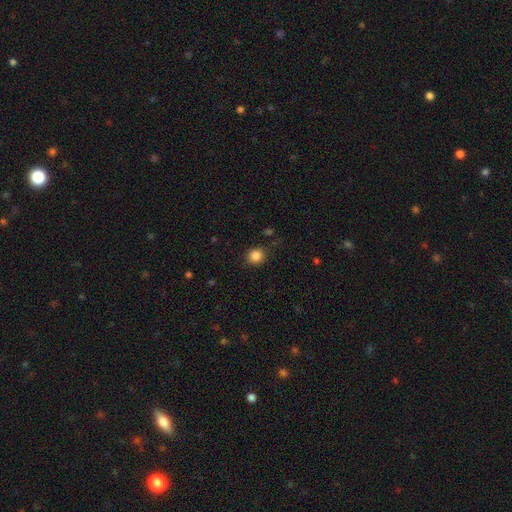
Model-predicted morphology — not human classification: Smooth or featured? Predicted: smooth (p=0.85). How rounded? Predicted: round (p=0.91). Merging? Predicted: none (p=0.87).